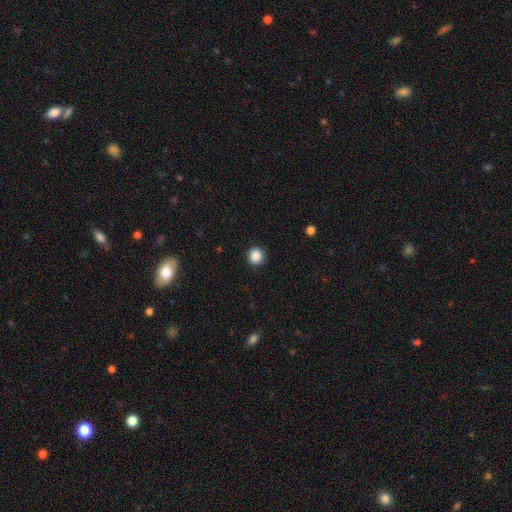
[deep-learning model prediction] A smooth galaxy with no disk features (88%) that is round (93%).

Vote fractions:
- Smooth or featured? smooth: 88% / star or artifact: 10% / featured or disk: 3%
- How rounded? round: 93% / in between: 6% / cigar-shaped: 1%
- Merging? none: 92% / minor disturbance: 5% / major disturbance: 2% / merger: 1%